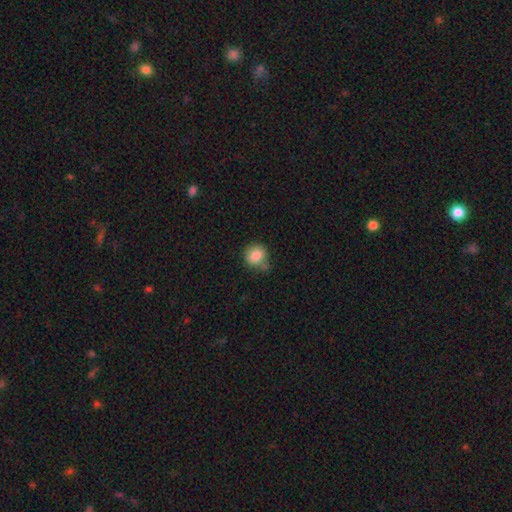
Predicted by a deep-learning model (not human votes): smooth 85%, star or artifact 9%, featured or disk 6%. Down the decision tree: how rounded — round (82%); merging — none (64%).